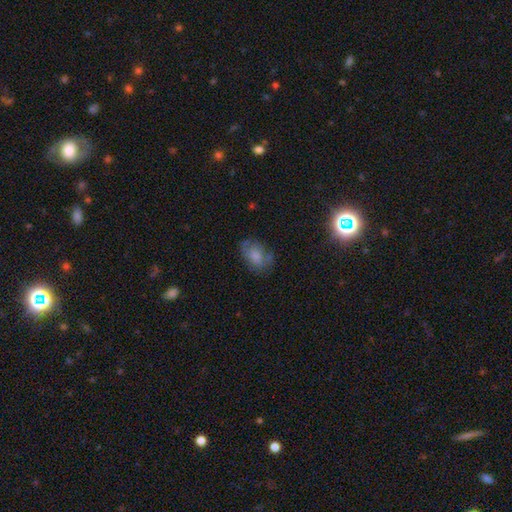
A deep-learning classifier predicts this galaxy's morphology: smooth 65%, featured or disk 26%, star or artifact 9%. Down the decision tree: how rounded — in between (82%); merging — none (57%).